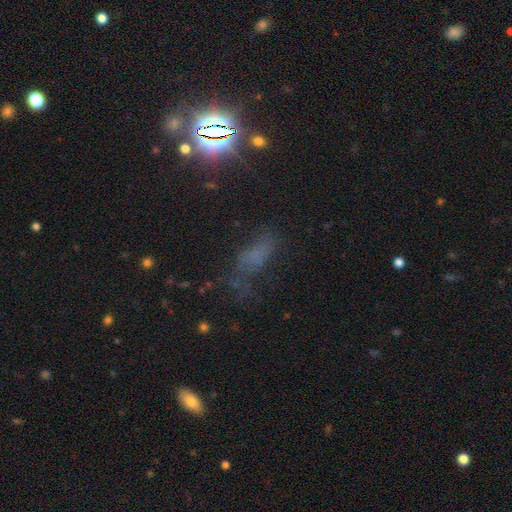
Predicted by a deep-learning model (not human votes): smooth_or_featured: star or artifact (p=0.40) [alt: smooth p=0.39]